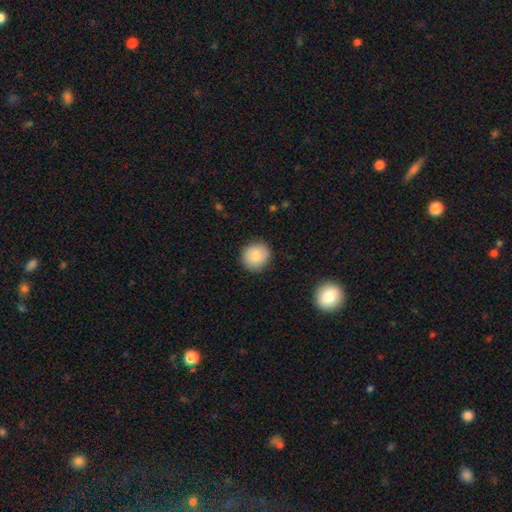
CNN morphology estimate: This appears to be a smooth galaxy with no disk features (81%) that is round (87%). Merging: none (88%).